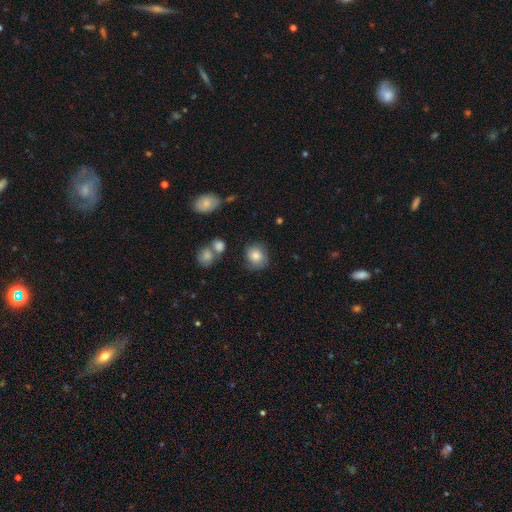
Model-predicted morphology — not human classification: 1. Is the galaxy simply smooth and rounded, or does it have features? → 79% smooth, 13% featured or disk, 9% star or artifact.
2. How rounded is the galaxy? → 75% round, 24% in between, 1% cigar-shaped.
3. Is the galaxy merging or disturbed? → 71% none, 19% minor disturbance, 6% major disturbance, 4% merger.